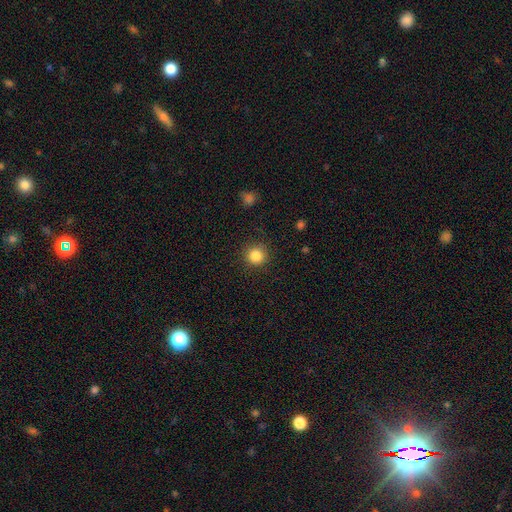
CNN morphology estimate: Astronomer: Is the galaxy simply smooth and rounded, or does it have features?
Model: smooth — 85%.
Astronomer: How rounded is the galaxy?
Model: round — 94%.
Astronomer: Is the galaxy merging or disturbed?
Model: none — 89%.